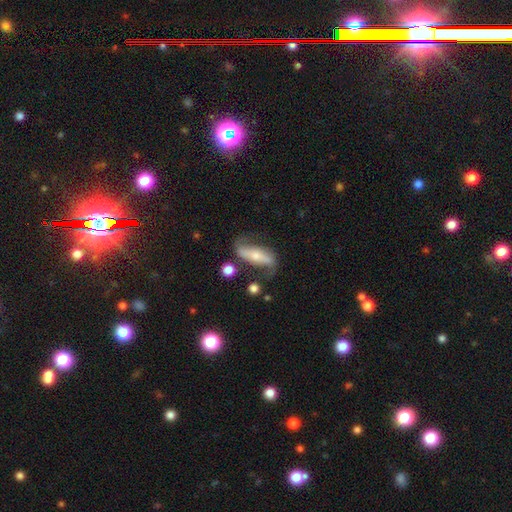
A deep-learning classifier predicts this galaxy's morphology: smooth-or-featured: featured or disk: 68% | smooth: 26% | star or artifact: 7%
  disk-edge-on: no: 78% | yes: 22%
    bar: strong: 46% | no: 35% | weak: 20%
    has-spiral-arms: yes: 83% | no: 17%
    bulge-size: small: 57% | moderate: 35% | large: 4% | none: 3% | dominant: 2%
  merging: none: 61% | minor disturbance: 22% | major disturbance: 13% | merger: 5%